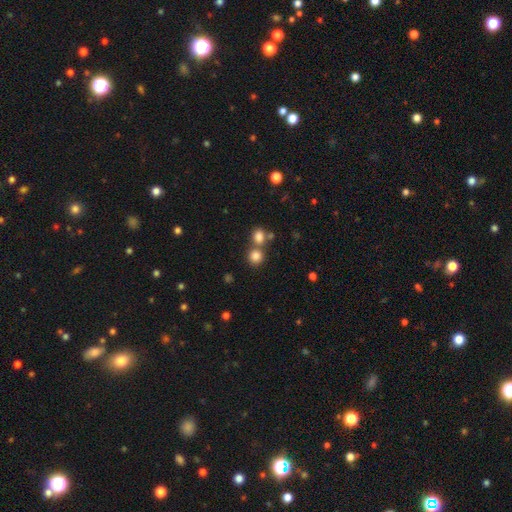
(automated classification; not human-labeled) This appears to be a smooth galaxy with no disk features (82%) that is round (86%). Merging: none (59%).